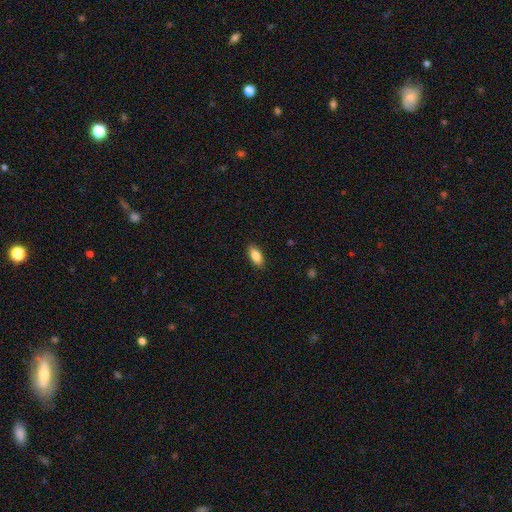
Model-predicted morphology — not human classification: Smooth or featured?
  - smooth: 84% *
  - featured or disk: 9%
  - star or artifact: 7%
How rounded?
  - in between: 87% *
  - cigar-shaped: 10%
  - round: 3%
Merging?
  - none: 89% *
  - minor disturbance: 8%
  - major disturbance: 2%
  - merger: 1%